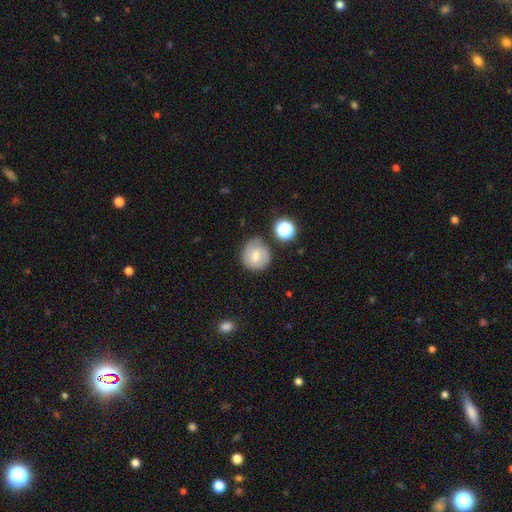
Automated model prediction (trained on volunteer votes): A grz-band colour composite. It shows a smooth galaxy with no disk features (69%) that is round (90%). Merging: none (69%).